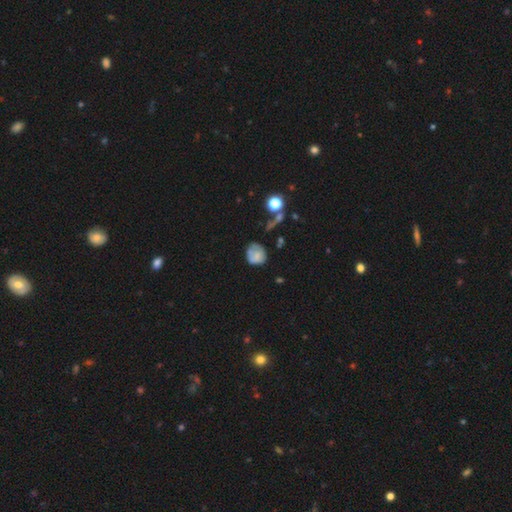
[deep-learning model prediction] Smooth or featured?
  - smooth: 68% *
  - featured or disk: 22%
  - star or artifact: 10%
How rounded?
  - round: 76% *
  - in between: 23%
  - cigar-shaped: 1%
Merging?
  - none: 49% *
  - minor disturbance: 31%
  - major disturbance: 14%
  - merger: 6%